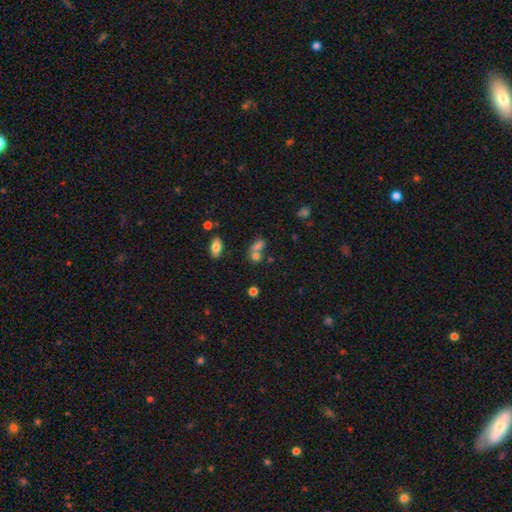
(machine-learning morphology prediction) The model was most divided on "how rounded": round: 49%, in between: 47%, cigar-shaped: 4%. Remaining: smooth or featured — smooth (73%); merging — merger (45%).